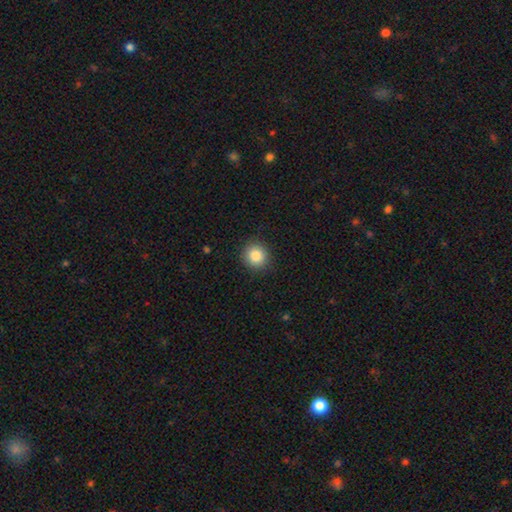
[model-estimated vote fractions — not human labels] The model was most divided on "smooth or featured": smooth: 85%, star or artifact: 9%, featured or disk: 6%. More confident: how rounded — round (92%); merging — none (90%).